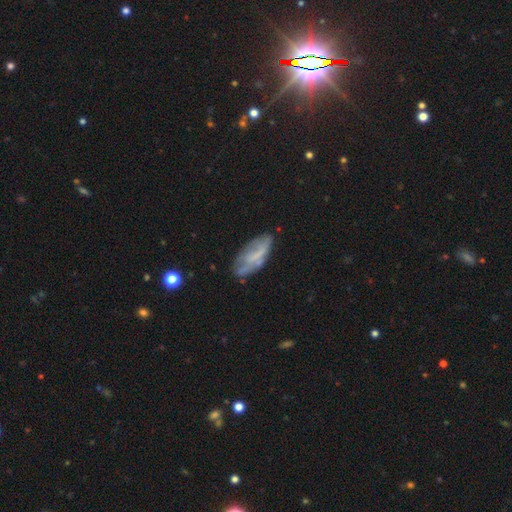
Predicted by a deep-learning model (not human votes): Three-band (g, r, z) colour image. It shows a featured or disk galaxy (46%). Merging: none (55%).